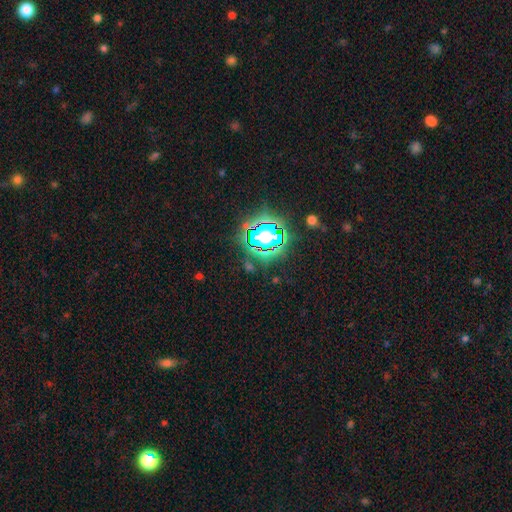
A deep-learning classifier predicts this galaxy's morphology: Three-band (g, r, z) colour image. It shows a star or artifact, not a galaxy (83%).